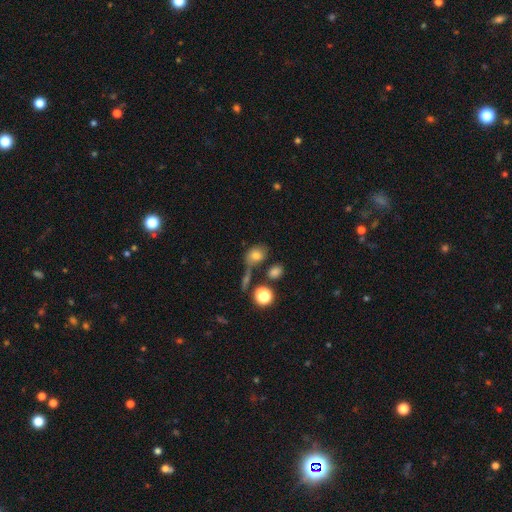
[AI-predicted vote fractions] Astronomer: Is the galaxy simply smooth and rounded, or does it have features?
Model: smooth — 75%.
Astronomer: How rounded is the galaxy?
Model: in between — 58% (runner-up: round, 40%).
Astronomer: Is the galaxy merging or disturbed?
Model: none — 49%.